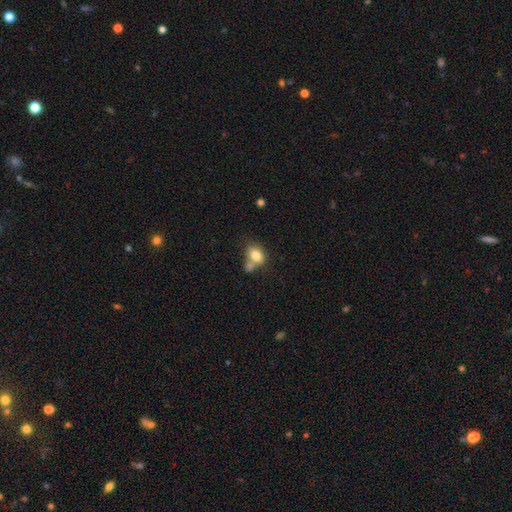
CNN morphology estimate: smooth 80%, featured or disk 12%, star or artifact 9%. Down the decision tree: how rounded — in between (70%); merging — none (38%).